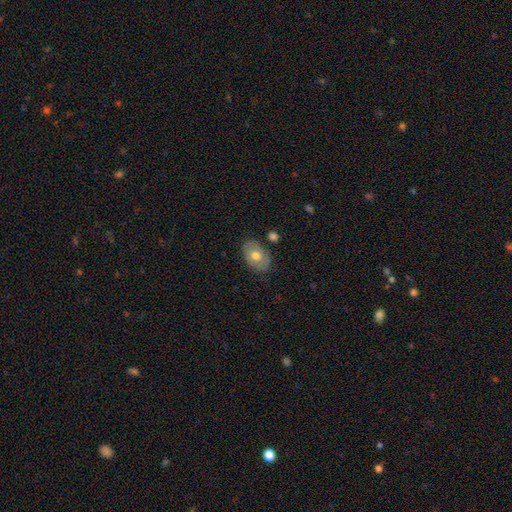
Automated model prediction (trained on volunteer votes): Smooth or featured? smooth (59%)
How rounded? in between (83%)
Merging? none (78%)